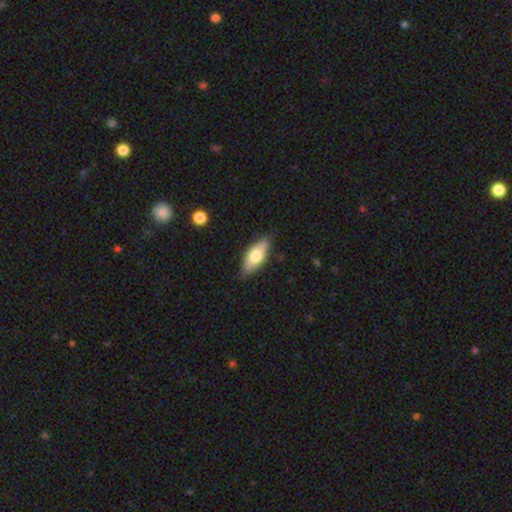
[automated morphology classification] type=smooth (67%); roundness=in between (78%); merging=none (81%).